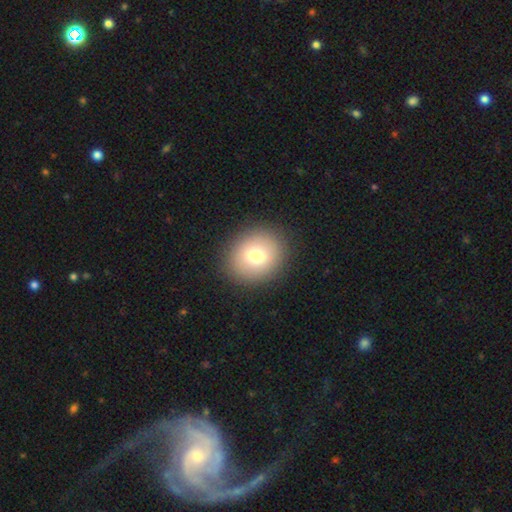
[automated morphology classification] A smooth galaxy with no disk features (73%) that is round (74%).

Vote fractions:
- Smooth or featured? smooth: 73% / featured or disk: 16% / star or artifact: 11%
- How rounded? round: 74% / in between: 25% / cigar-shaped: 1%
- Merging? none: 89% / minor disturbance: 7% / major disturbance: 3% / merger: 1%